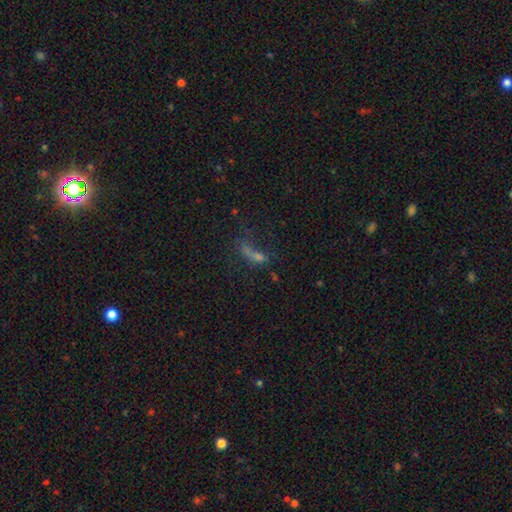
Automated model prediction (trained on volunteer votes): Overall: smooth (39%; featured or disk 31%). Merging: none (35%; major disturbance 34%).